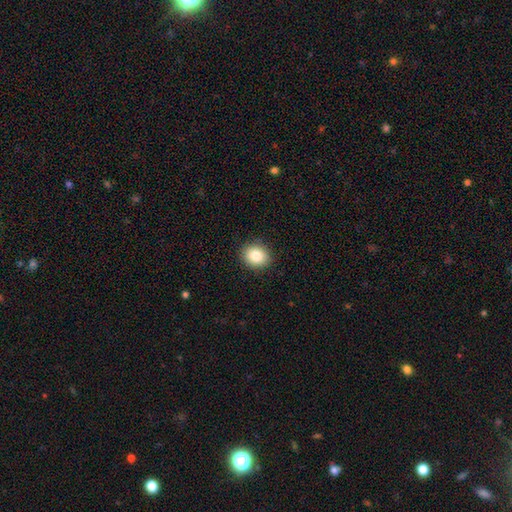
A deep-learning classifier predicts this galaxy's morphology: Overall: smooth (84%). How rounded: round (70%). Merging: none (90%).